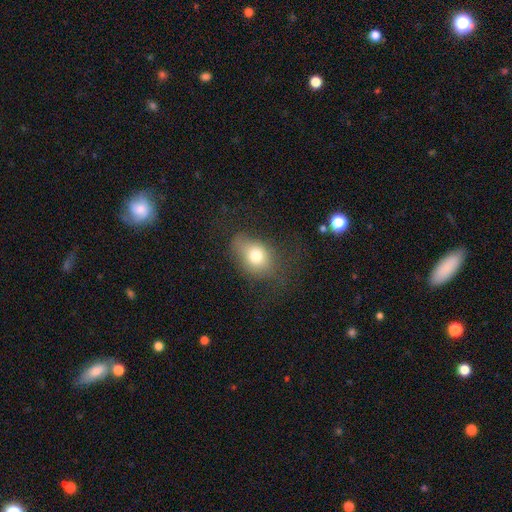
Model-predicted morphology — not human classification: A smooth galaxy with no disk features (73%) that is in between round and cigar-shaped (67%).

Vote fractions:
- Smooth or featured? smooth: 73% / featured or disk: 16% / star or artifact: 12%
- How rounded? in between: 67% / round: 31% / cigar-shaped: 2%
- Merging? none: 53% / minor disturbance: 26% / major disturbance: 19% / merger: 2%